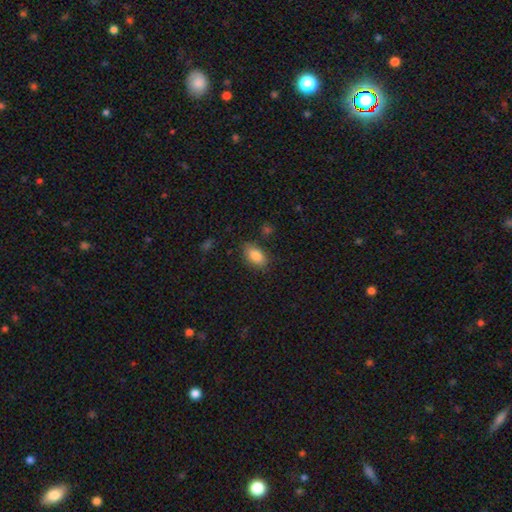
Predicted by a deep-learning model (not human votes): Smooth or featured? Predicted: smooth (p=0.85). How rounded? Predicted: in between (p=0.90). Merging? Predicted: none (p=0.81).